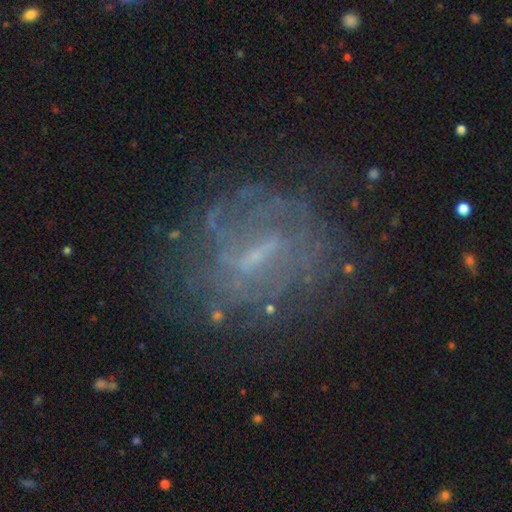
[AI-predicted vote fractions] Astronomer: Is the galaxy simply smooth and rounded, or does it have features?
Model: featured or disk — 70%.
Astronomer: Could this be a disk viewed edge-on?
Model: no — 94%.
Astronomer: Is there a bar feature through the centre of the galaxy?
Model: weak — 50% (runner-up: strong, 30%).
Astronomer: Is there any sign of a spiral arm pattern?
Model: yes — 58% (runner-up: no, 42%).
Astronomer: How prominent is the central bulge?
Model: small — 52%.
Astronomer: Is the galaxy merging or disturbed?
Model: none — 69%.